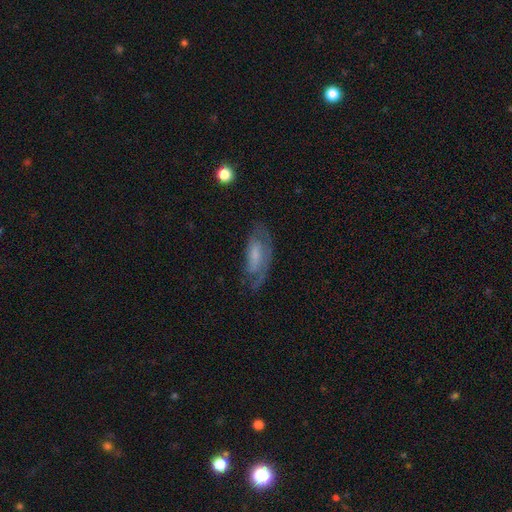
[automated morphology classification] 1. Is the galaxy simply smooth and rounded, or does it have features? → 58% featured or disk, 34% smooth, 8% star or artifact.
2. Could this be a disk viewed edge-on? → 88% no, 12% yes.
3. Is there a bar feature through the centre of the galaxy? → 50% no, 38% weak, 11% strong.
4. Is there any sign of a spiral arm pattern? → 80% yes, 20% no.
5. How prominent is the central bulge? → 41% small, 29% moderate, 21% none, 7% large, 2% dominant.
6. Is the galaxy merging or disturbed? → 57% none, 24% minor disturbance, 17% major disturbance, 2% merger.